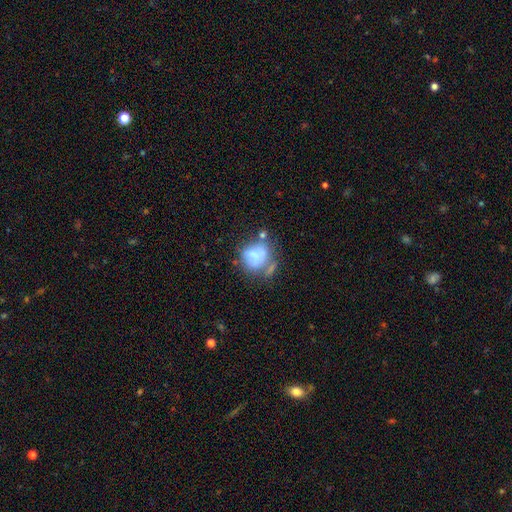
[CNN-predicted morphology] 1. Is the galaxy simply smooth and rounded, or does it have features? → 65% smooth, 25% featured or disk, 11% star or artifact.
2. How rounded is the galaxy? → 58% round, 41% in between, 1% cigar-shaped.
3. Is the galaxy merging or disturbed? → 32% none, 26% merger, 22% minor disturbance, 19% major disturbance.